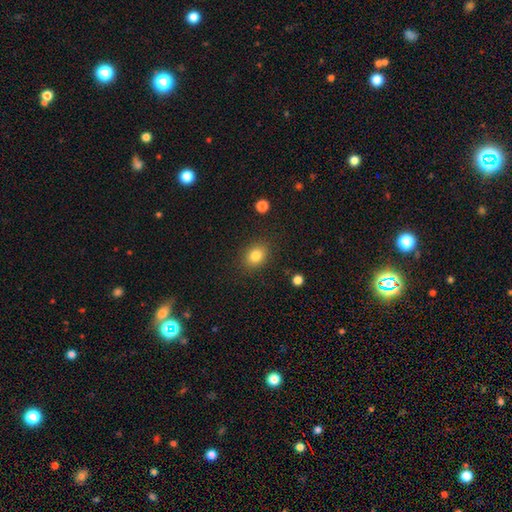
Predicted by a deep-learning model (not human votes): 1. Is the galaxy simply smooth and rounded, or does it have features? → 82% smooth, 10% star or artifact, 7% featured or disk.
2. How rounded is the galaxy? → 54% in between, 45% round, 1% cigar-shaped.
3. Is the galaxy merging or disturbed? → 86% none, 10% minor disturbance, 3% major disturbance, 2% merger.